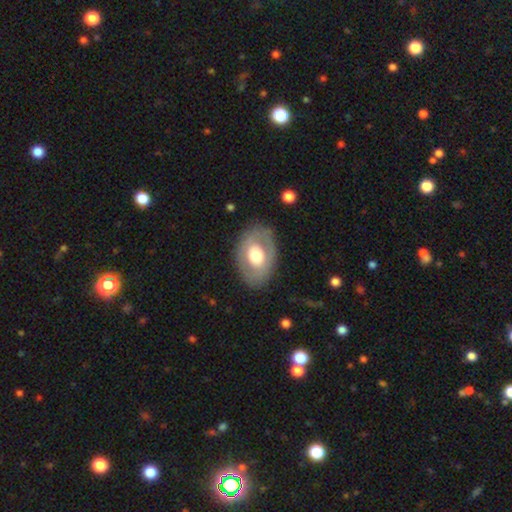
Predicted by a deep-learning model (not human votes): The model was most divided on "smooth or featured": smooth: 48%, featured or disk: 46%, star or artifact: 6%. More confident: merging — none (80%).